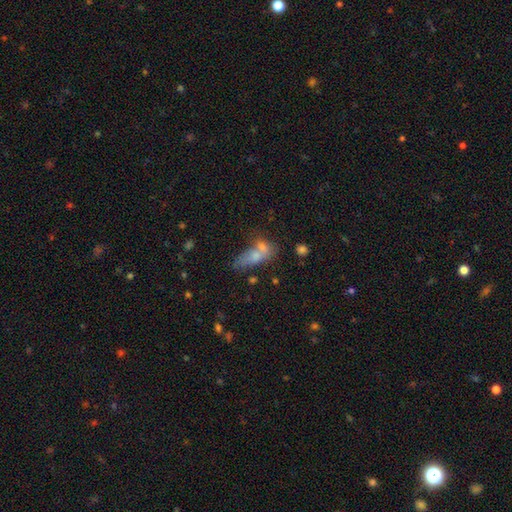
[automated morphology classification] This is likely a smooth galaxy (68%). How rounded: likely in between (72%). Merging: marginally merger (43%).